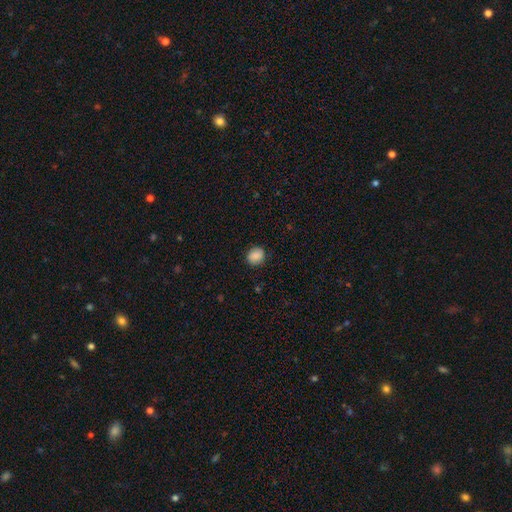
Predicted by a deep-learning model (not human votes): Morphology: type=smooth (87%); roundness=round (65%); merging=none (83%).